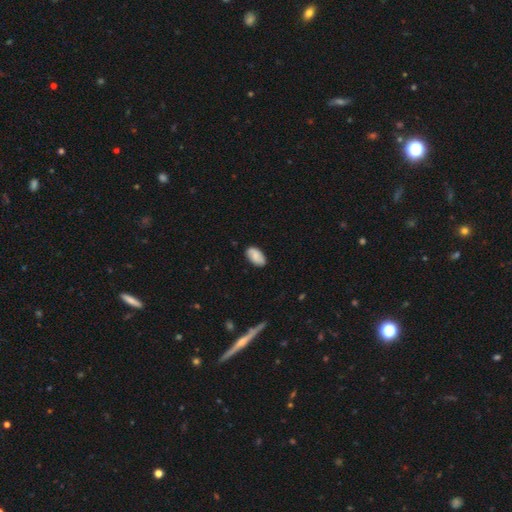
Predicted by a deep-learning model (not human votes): This appears to be a smooth galaxy with no disk features (73%) that is in between round and cigar-shaped (94%). Merging: none (84%).